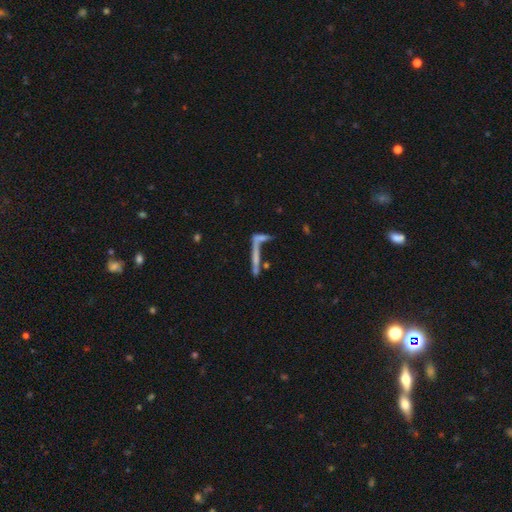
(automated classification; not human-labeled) featured or disk 45%, smooth 41%, star or artifact 14%. Down the decision tree: merging — none (41%).